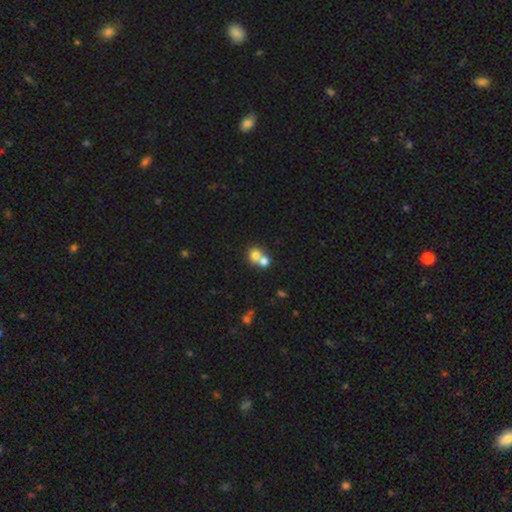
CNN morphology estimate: Q: Smooth or featured?
A: smooth (74%); runner-up: featured or disk (15%)
Q: How rounded?
A: round (79%); runner-up: in between (20%)
Q: Merging?
A: merger (63%); runner-up: none (29%)